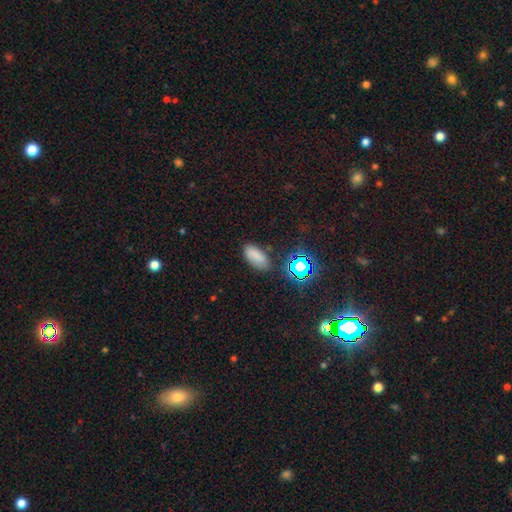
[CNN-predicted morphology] smooth 74%, star or artifact 17%, featured or disk 9%. Down the decision tree: how rounded — in between (89%); merging — none (78%).